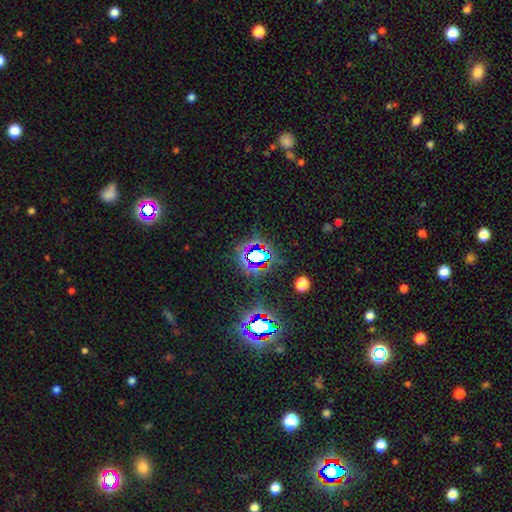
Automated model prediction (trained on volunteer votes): This is likely a star or artifact rather than a galaxy (75%).